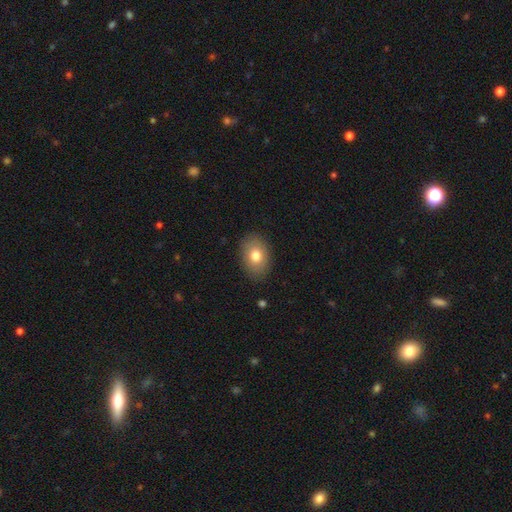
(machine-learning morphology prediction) smooth-or-featured: smooth: 77% | featured or disk: 15% | star or artifact: 8%
  how-rounded: in between: 80% | round: 19% | cigar-shaped: 1%
  merging: none: 87% | minor disturbance: 10% | major disturbance: 3% | merger: 1%